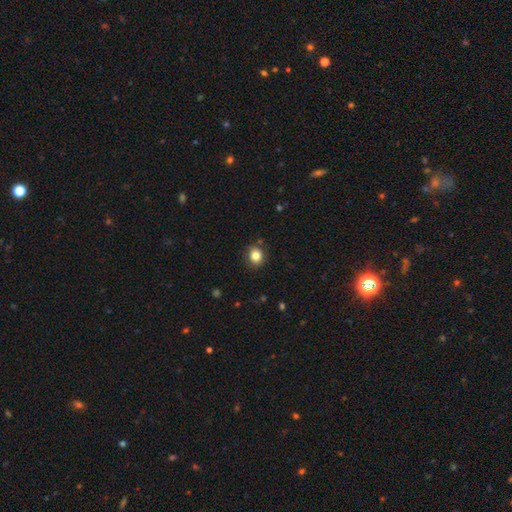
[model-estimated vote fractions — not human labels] smooth-or-featured: smooth: 82% | star or artifact: 11% | featured or disk: 7%
  how-rounded: round: 74% | in between: 25% | cigar-shaped: 1%
  merging: none: 86% | minor disturbance: 10% | major disturbance: 2% | merger: 2%